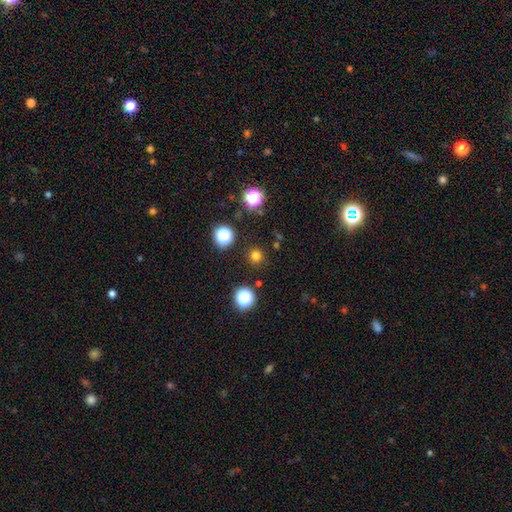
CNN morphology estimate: Overall: smooth (75%). How rounded: round (95%). Merging: none (90%).